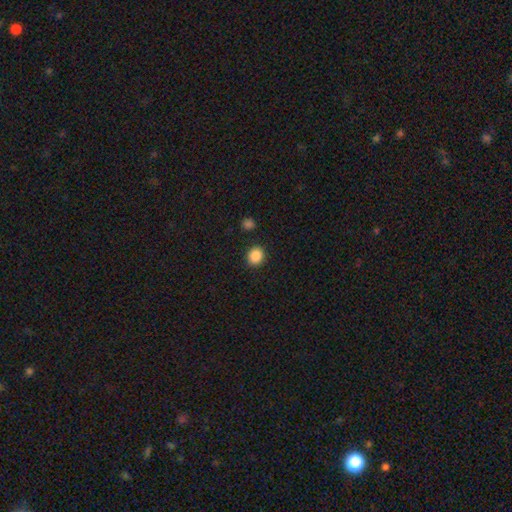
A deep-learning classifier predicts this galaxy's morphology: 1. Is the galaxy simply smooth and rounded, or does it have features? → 87% smooth, 10% star or artifact, 3% featured or disk.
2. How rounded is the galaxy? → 76% round, 23% in between, 1% cigar-shaped.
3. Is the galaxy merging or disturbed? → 89% none, 7% minor disturbance, 2% major disturbance, 2% merger.